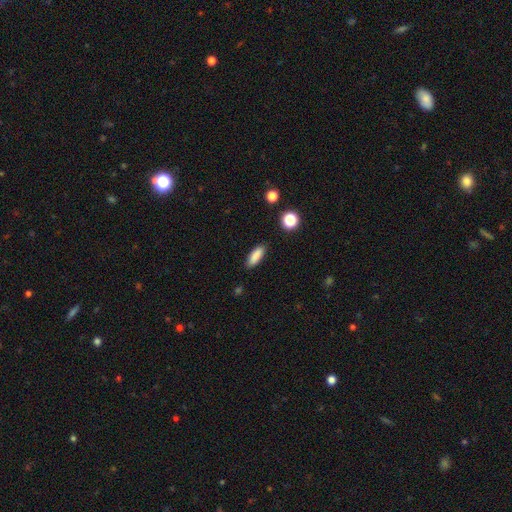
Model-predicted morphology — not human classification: smooth 87%, star or artifact 8%, featured or disk 6%. Down the decision tree: how rounded — in between (60%); merging — none (89%).